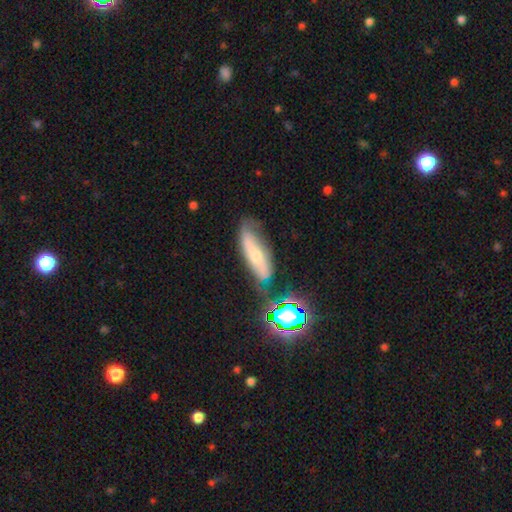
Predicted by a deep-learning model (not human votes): Smooth or featured: smooth — 44% (featured or disk — 43%)
Merging: none — 55% (minor disturbance — 27%)